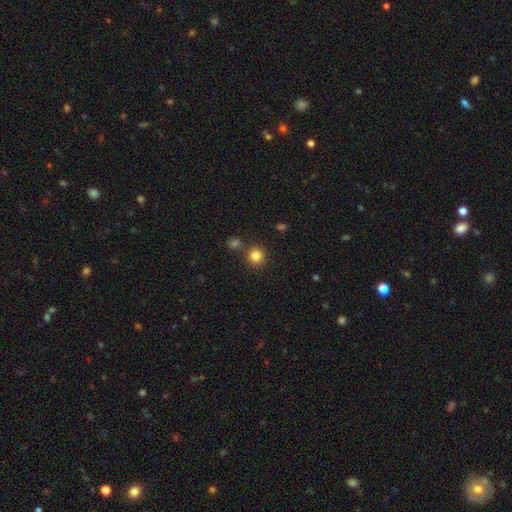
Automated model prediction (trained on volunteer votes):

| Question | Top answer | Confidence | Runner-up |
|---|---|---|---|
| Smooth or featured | smooth | 82% | star or artifact (12%) |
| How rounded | round | 93% | in between (6%) |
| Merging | none | 79% | merger (12%) |